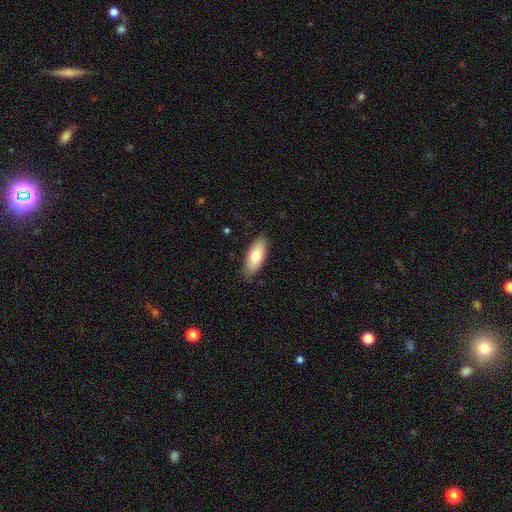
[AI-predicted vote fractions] Overall: smooth (79%). How rounded: in between (81%). Merging: none (85%).